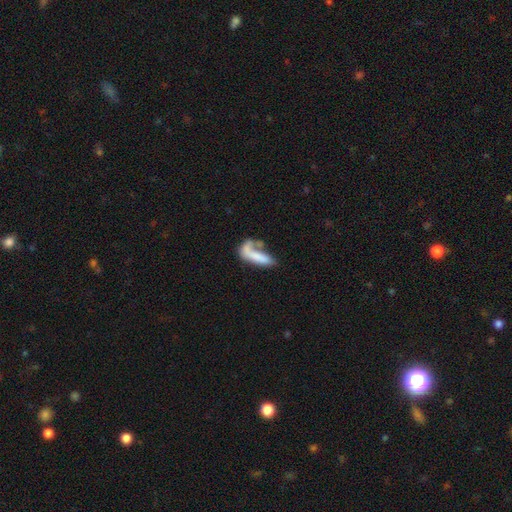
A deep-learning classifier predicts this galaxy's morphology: smooth_or_featured: smooth (p=0.64) [alt: featured or disk p=0.28]
how_rounded: cigar-shaped (p=0.55) [alt: in between p=0.42]
merging: merger (p=0.31) [alt: none p=0.28]